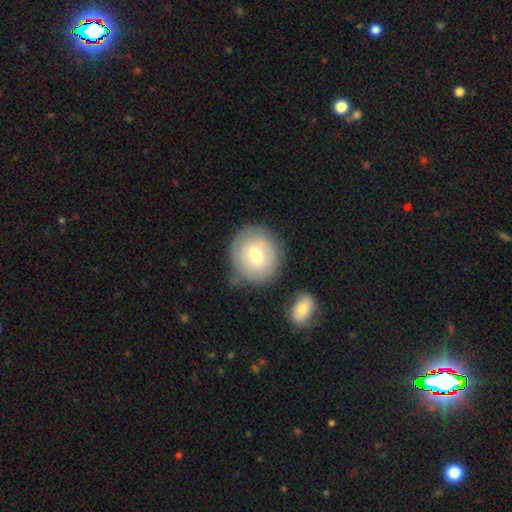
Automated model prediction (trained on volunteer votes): smooth_or_featured: smooth (p=0.60) [alt: featured or disk p=0.33]
how_rounded: round (p=0.83) [alt: in between p=0.16]
merging: none (p=0.70) [alt: minor disturbance p=0.18]